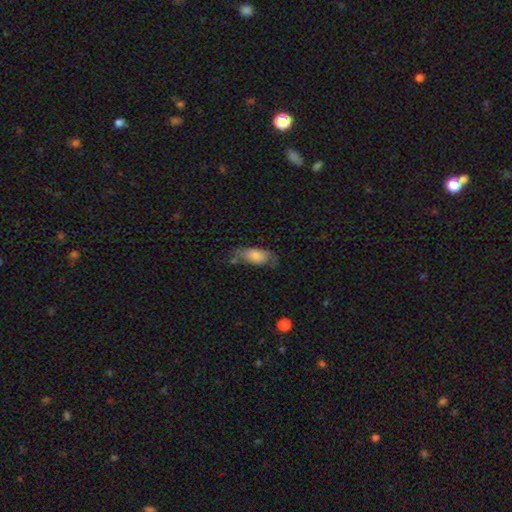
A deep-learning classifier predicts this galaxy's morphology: Smooth or featured? smooth (73%)
How rounded? in between (87%)
Merging? none (46%)